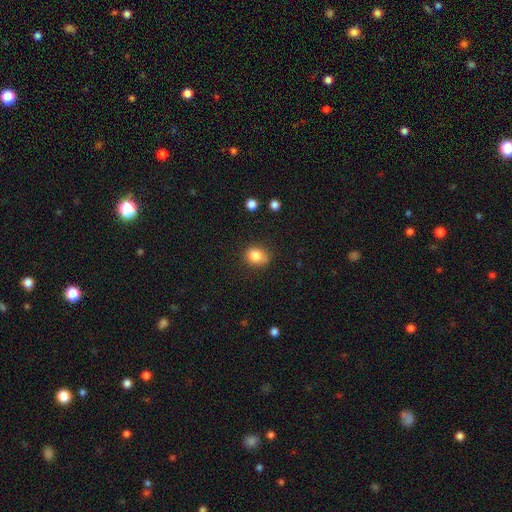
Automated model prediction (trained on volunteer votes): smooth-or-featured: smooth: 84% | star or artifact: 10% | featured or disk: 7%
  how-rounded: round: 59% | in between: 40% | cigar-shaped: 1%
  merging: none: 75% | minor disturbance: 19% | major disturbance: 4% | merger: 2%